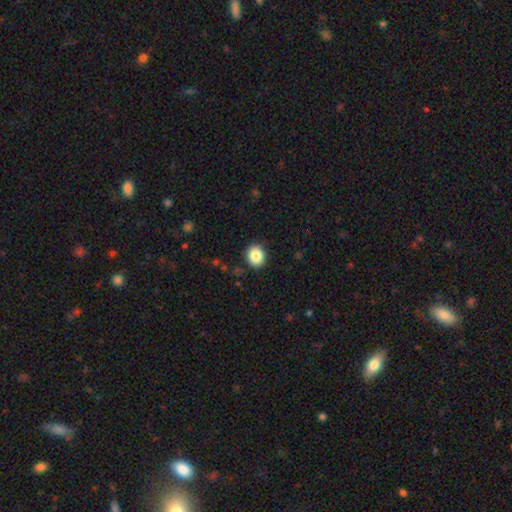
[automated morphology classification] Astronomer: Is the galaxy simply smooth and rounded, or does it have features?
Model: smooth — 86%.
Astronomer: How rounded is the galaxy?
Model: round — 74%.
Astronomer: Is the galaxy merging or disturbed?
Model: none — 90%.